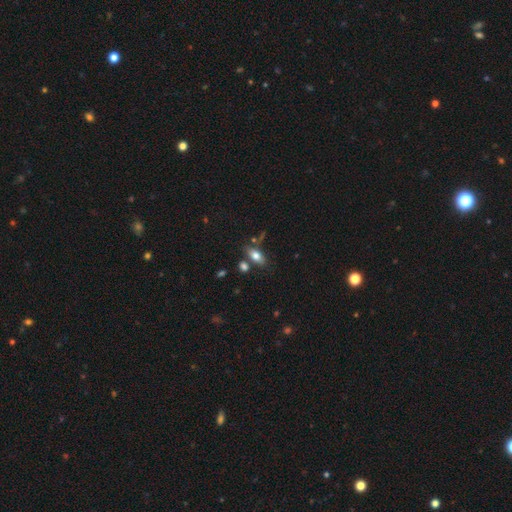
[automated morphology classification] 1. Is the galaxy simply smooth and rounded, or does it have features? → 75% smooth, 17% featured or disk, 8% star or artifact.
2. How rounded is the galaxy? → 86% in between, 10% cigar-shaped, 4% round.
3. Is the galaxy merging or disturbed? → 68% none, 14% minor disturbance, 13% merger, 4% major disturbance.